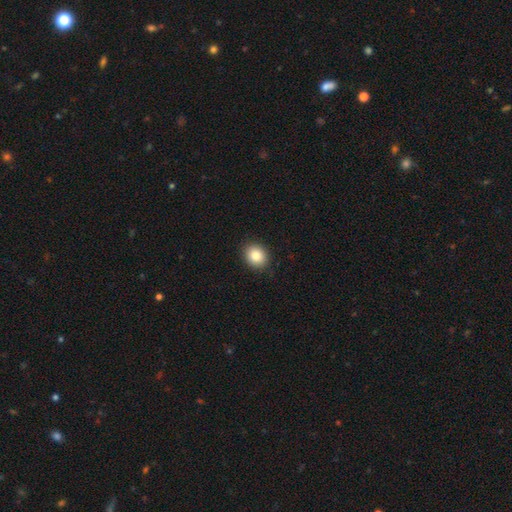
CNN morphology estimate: A smooth galaxy with no disk features (83%) that is round (65%).

Vote fractions:
- Smooth or featured? smooth: 83% / star or artifact: 9% / featured or disk: 7%
- How rounded? round: 65% / in between: 34% / cigar-shaped: 1%
- Merging? none: 90% / minor disturbance: 8% / major disturbance: 2% / merger: 1%